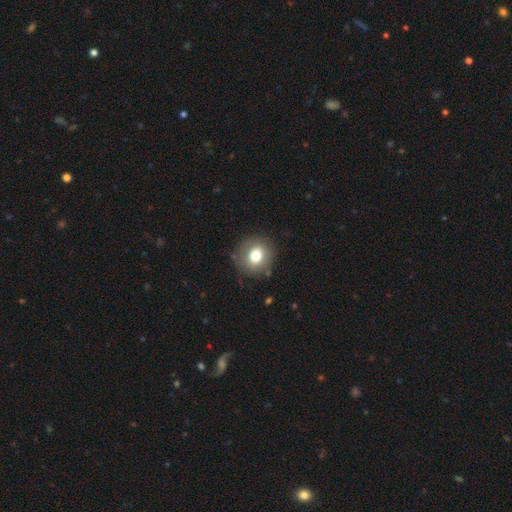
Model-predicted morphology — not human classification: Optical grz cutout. It shows a smooth galaxy with no disk features (74%) that is round (83%). Merging: none (84%).